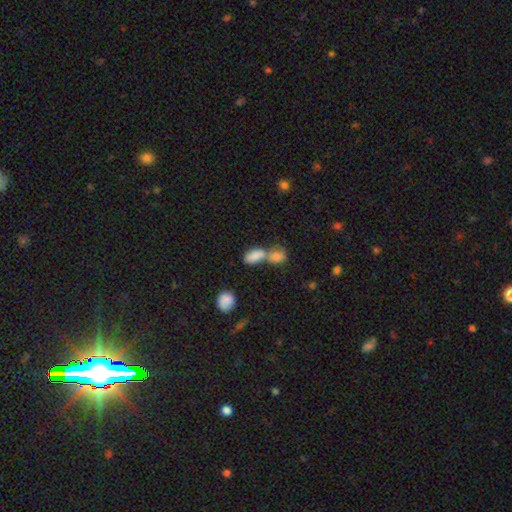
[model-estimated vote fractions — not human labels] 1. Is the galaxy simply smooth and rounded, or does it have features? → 83% smooth, 9% featured or disk, 8% star or artifact.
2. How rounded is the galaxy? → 88% in between, 6% cigar-shaped, 6% round.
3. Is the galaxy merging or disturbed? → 68% merger, 22% none, 7% minor disturbance, 4% major disturbance.